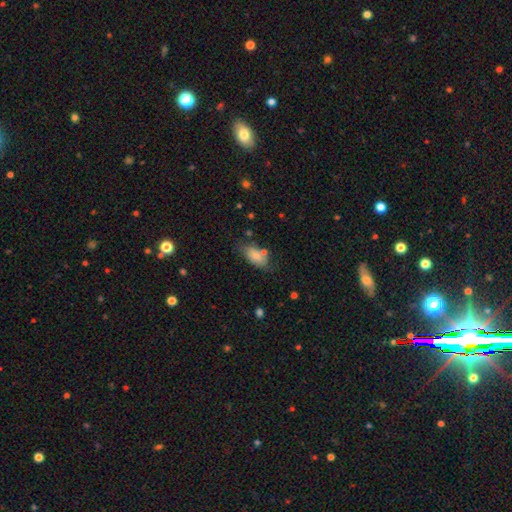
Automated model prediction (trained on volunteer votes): Smooth or featured? Predicted: smooth (p=0.77). How rounded? Predicted: in between (p=0.90). Merging? Predicted: none (p=0.60).